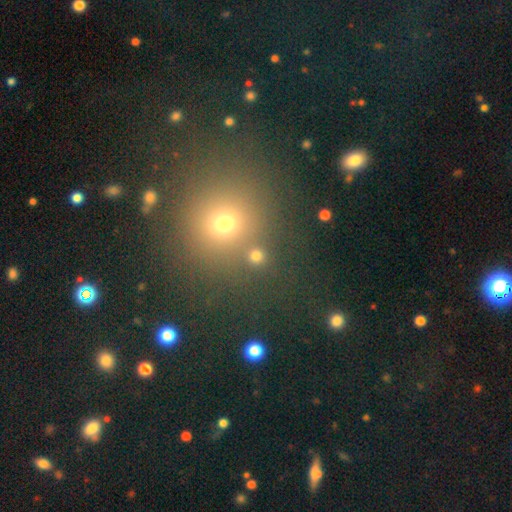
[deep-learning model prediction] Morphology: type=smooth (73%); roundness=round (91%); merging=none (80%).